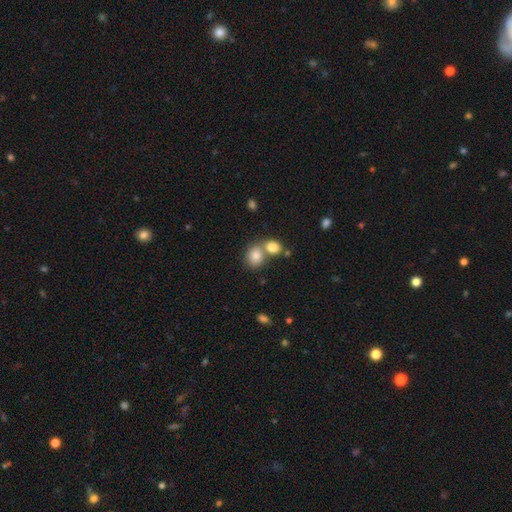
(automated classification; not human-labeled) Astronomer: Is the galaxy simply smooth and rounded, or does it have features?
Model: smooth — 82%.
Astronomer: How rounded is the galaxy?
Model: round — 58% (runner-up: in between, 41%).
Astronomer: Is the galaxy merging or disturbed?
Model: merger — 50% (runner-up: none, 39%).